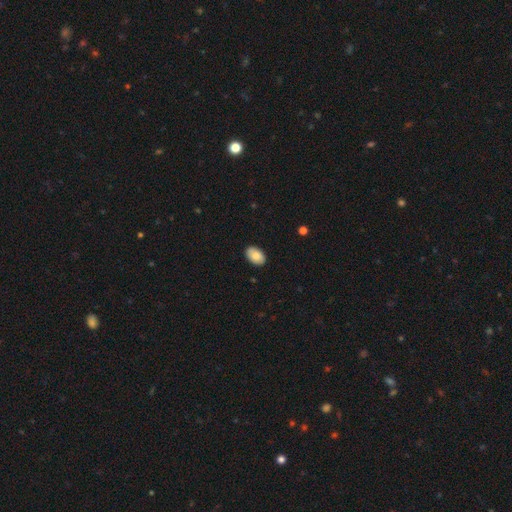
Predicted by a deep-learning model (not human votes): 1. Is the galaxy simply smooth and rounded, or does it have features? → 84% smooth, 10% featured or disk, 7% star or artifact.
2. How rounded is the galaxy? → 91% in between, 8% round, 1% cigar-shaped.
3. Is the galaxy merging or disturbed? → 87% none, 10% minor disturbance, 2% major disturbance, 1% merger.